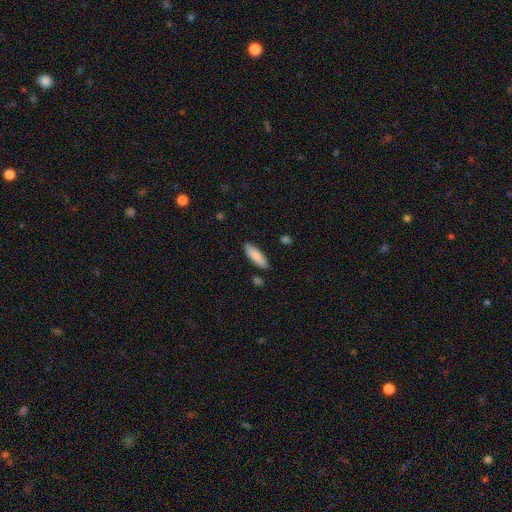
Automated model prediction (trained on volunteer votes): smooth-or-featured: smooth: 87% | featured or disk: 8% | star or artifact: 6%
  how-rounded: in between: 51% | cigar-shaped: 48% | round: 2%
  merging: none: 86% | minor disturbance: 10% | merger: 2% | major disturbance: 2%